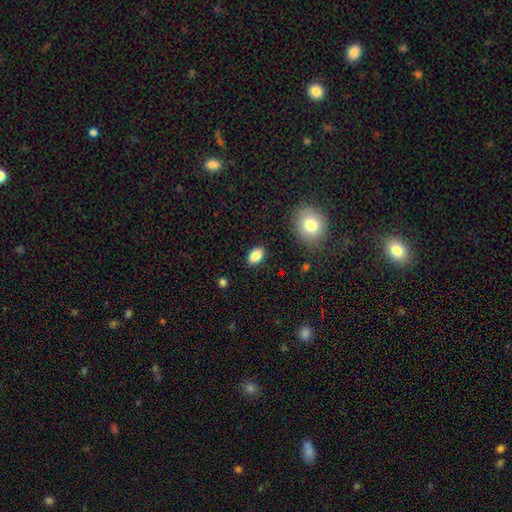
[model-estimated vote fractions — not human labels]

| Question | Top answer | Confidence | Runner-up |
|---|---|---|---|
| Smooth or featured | smooth | 84% | star or artifact (9%) |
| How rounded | in between | 87% | round (11%) |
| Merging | none | 88% | minor disturbance (9%) |